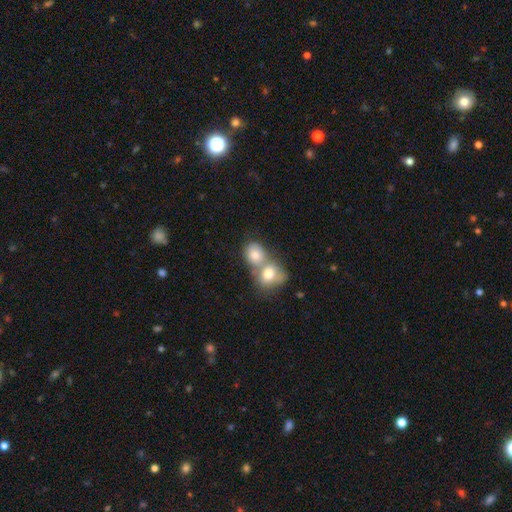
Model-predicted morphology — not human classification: Smooth or featured? smooth (70%)
How rounded? round (66%)
Merging? merger (67%)